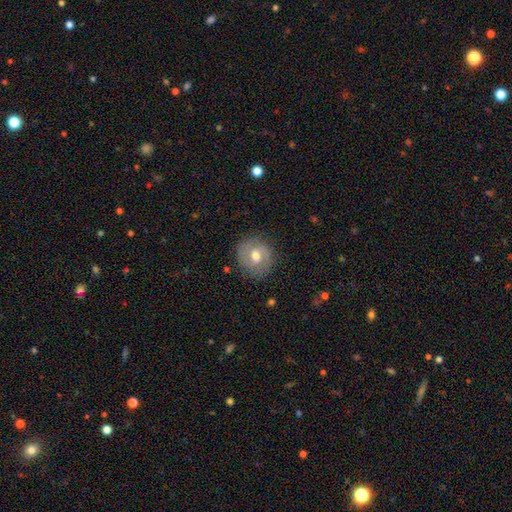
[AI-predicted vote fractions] Q: Smooth or featured?
A: featured or disk (57%); runner-up: smooth (35%)
Q: Edge-on disk?
A: no (97%); runner-up: yes (3%)
Q: Bar?
A: weak (48%); runner-up: no (40%)
Q: Spiral arms?
A: yes (75%); runner-up: no (25%)
Q: Bulge size?
A: moderate (77%); runner-up: small (13%)
Q: Merging?
A: none (82%); runner-up: minor disturbance (13%)